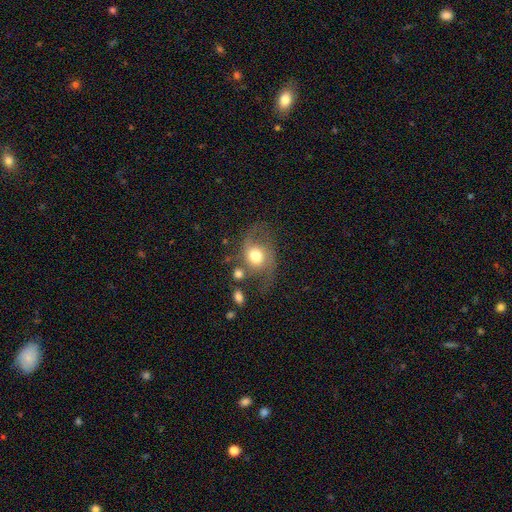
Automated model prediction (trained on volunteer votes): Morphology: type=featured or disk (60%); edge-on=no (96%); bar=no (70%); spiral arms=yes (85%); bulge=moderate (57%); merging=none (48%).